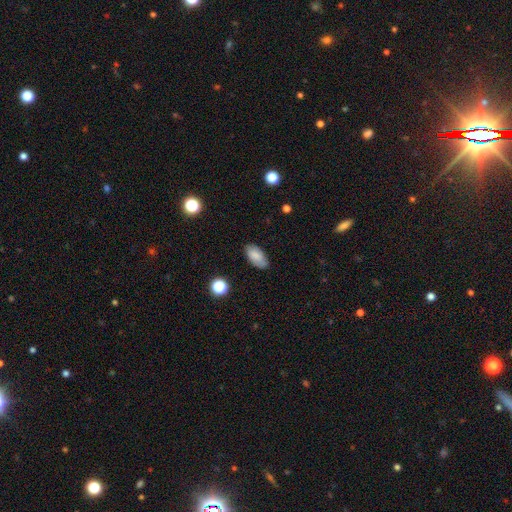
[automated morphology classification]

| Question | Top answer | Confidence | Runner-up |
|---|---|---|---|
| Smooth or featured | smooth | 80% | featured or disk (12%) |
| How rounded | in between | 94% | cigar-shaped (3%) |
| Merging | none | 81% | minor disturbance (15%) |